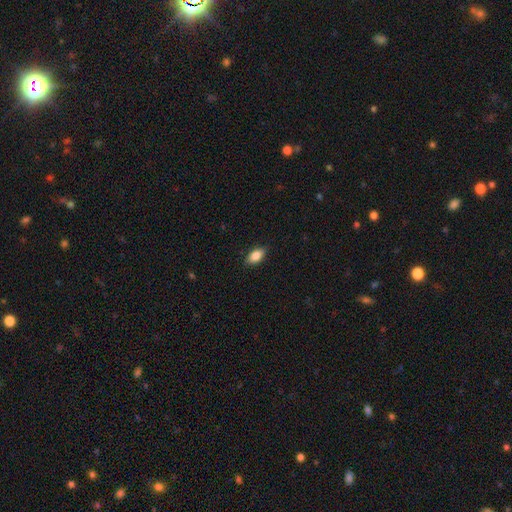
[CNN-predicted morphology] Q: Smooth or featured?
A: smooth (84%); runner-up: featured or disk (9%)
Q: How rounded?
A: in between (89%); runner-up: cigar-shaped (6%)
Q: Merging?
A: none (87%); runner-up: minor disturbance (10%)